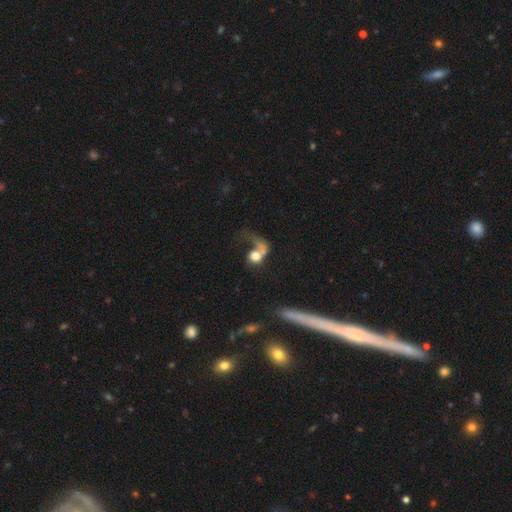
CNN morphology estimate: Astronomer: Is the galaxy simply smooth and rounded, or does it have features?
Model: smooth — 54% (runner-up: featured or disk, 36%).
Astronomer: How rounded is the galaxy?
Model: round — 67%.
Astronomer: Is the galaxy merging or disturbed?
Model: major disturbance — 36% (runner-up: merger, 34%).